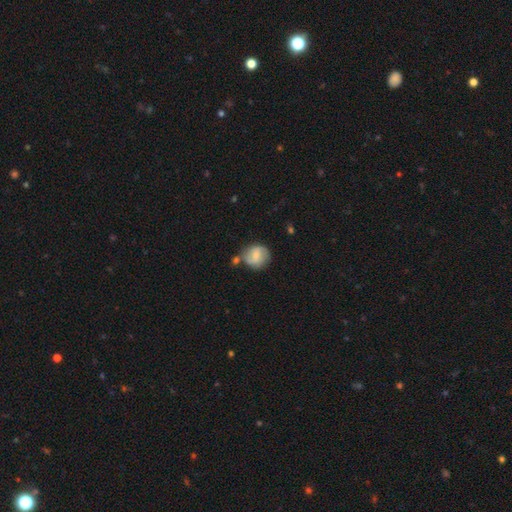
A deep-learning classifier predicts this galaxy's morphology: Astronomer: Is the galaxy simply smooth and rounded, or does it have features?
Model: featured or disk — 48% (runner-up: smooth, 45%).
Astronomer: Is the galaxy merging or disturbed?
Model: none — 61%.